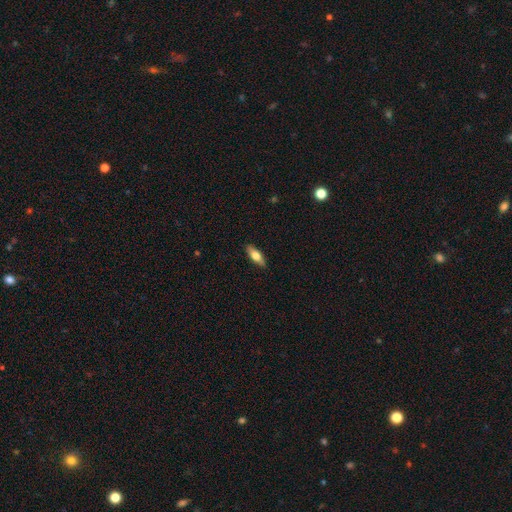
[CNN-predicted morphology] Smooth or featured: smooth — 65% (featured or disk — 29%)
How rounded: in between — 62% (cigar-shaped — 36%)
Merging: none — 88% (minor disturbance — 9%)